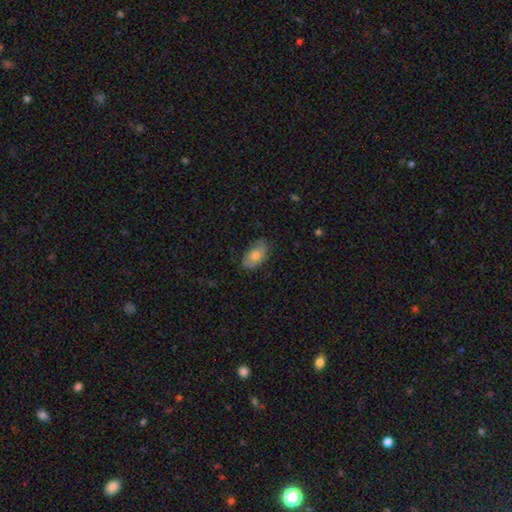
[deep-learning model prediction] This appears to be a smooth galaxy with no disk features (70%) that is in between round and cigar-shaped (91%). Merging: none (72%).